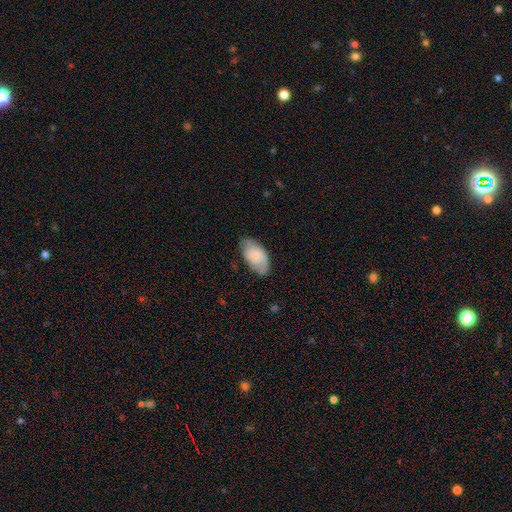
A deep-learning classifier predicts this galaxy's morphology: Q: Smooth or featured?
A: smooth (57%); runner-up: featured or disk (36%)
Q: How rounded?
A: in between (94%); runner-up: round (4%)
Q: Merging?
A: none (66%); runner-up: minor disturbance (24%)